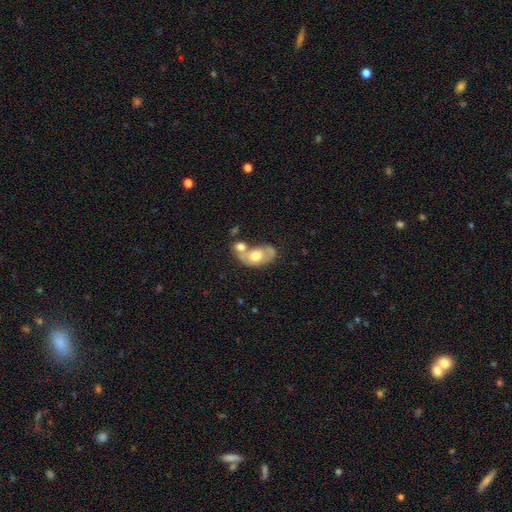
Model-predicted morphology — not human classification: smooth-or-featured: smooth: 56% | featured or disk: 37% | star or artifact: 7%
  how-rounded: in between: 86% | round: 12% | cigar-shaped: 2%
  merging: merger: 50% | none: 26% | minor disturbance: 14% | major disturbance: 10%